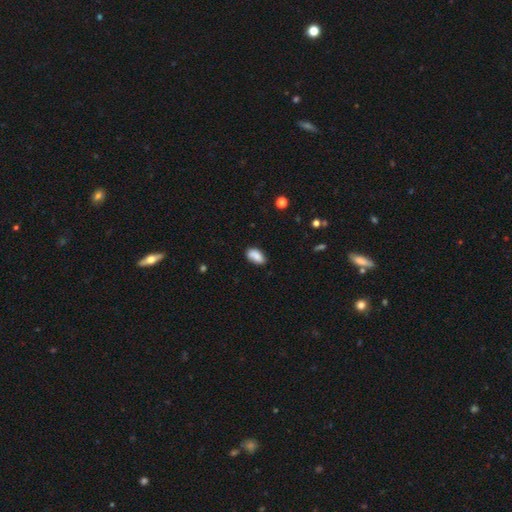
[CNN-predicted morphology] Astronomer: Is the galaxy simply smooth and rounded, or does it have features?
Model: smooth — 80%.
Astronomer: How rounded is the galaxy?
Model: in between — 91%.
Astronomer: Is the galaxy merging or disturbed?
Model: none — 69%.